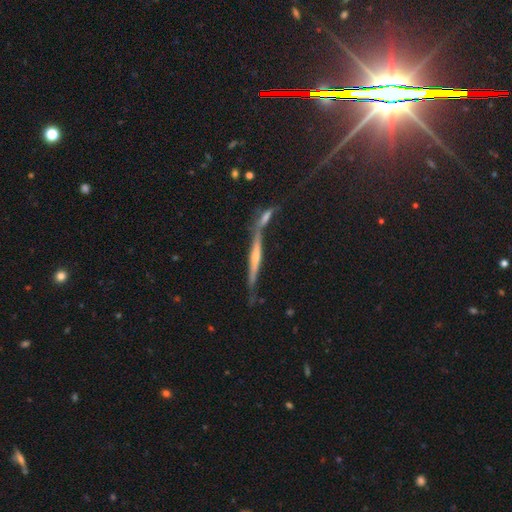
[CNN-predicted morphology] A featured or disk galaxy (73%) viewed edge-on (95%) with a rounded central bulge (62%). Merging: none (65%).